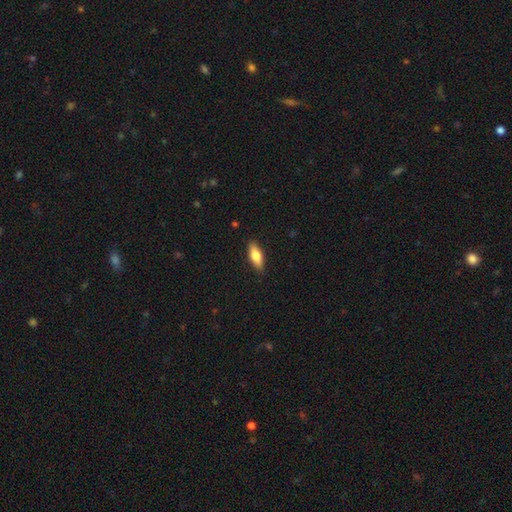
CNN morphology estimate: The model was most divided on "how rounded": in between: 69%, cigar-shaped: 29%, round: 2%. More confident: merging — none (88%); smooth or featured — smooth (73%).